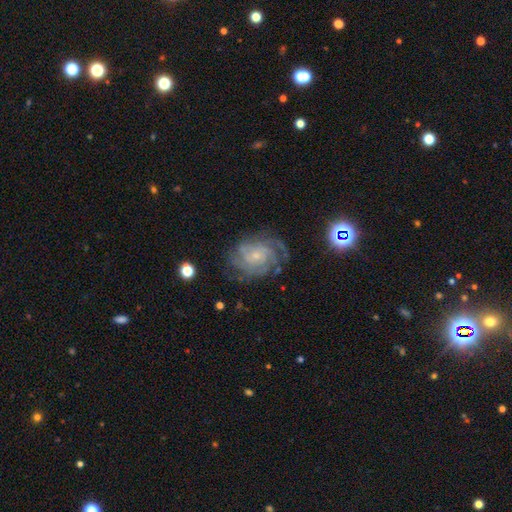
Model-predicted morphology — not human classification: This appears to be a featured or disk galaxy (82%) with no bar (72%), tight (59%) spiral arms (95%) and a small central bulge (77%). Merging: none (68%).